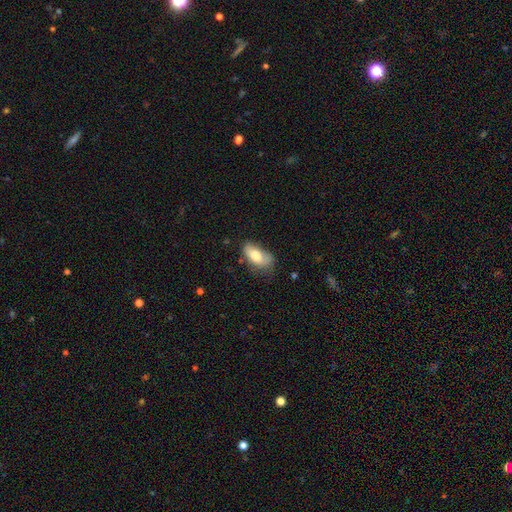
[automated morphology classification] The model was most divided on "merging": none: 47%, minor disturbance: 36%, major disturbance: 14%, merger: 3%. More confident: how rounded — in between (91%); smooth or featured — smooth (74%).